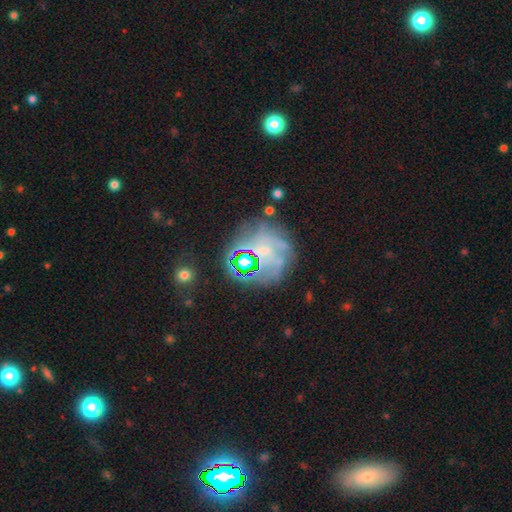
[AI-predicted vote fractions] Q: Smooth or featured?
A: featured or disk (46%); runner-up: star or artifact (34%)
Q: Merging?
A: none (66%); runner-up: minor disturbance (16%)